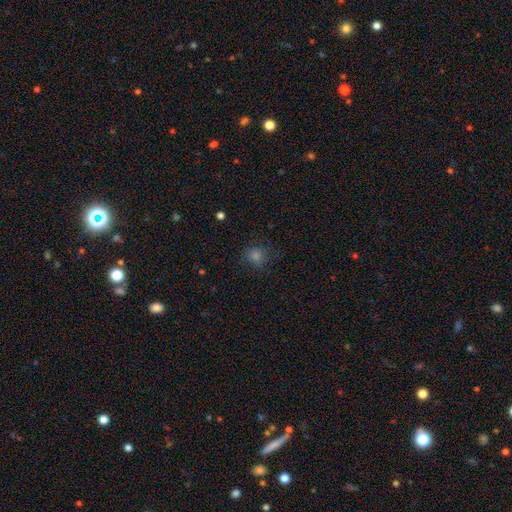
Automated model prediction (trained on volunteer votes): A smooth galaxy with no disk features (67%) that is round (88%).

Vote fractions:
- Smooth or featured? smooth: 67% / star or artifact: 25% / featured or disk: 8%
- How rounded? round: 88% / in between: 11% / cigar-shaped: 1%
- Merging? none: 81% / minor disturbance: 12% / major disturbance: 5% / merger: 1%